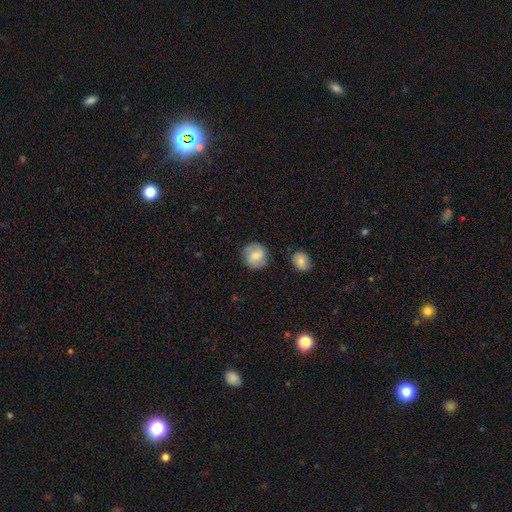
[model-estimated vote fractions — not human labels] Smooth or featured? Predicted: smooth (p=0.65). How rounded? Predicted: round (p=0.90). Merging? Predicted: none (p=0.82).